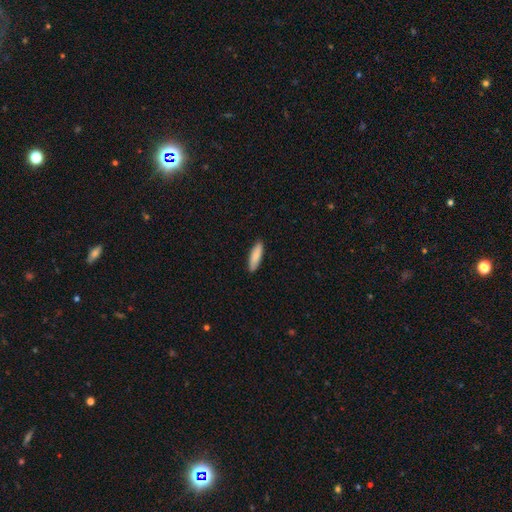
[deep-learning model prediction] Smooth or featured? smooth (86%)
How rounded? cigar-shaped (62%)
Merging? none (90%)